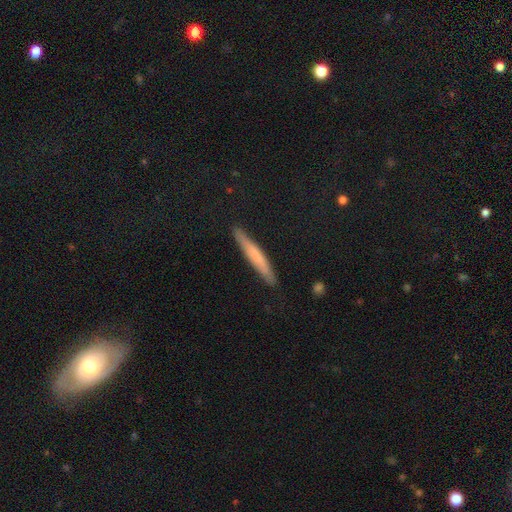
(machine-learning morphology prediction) Smooth or featured? smooth (61%)
How rounded? cigar-shaped (95%)
Merging? none (87%)